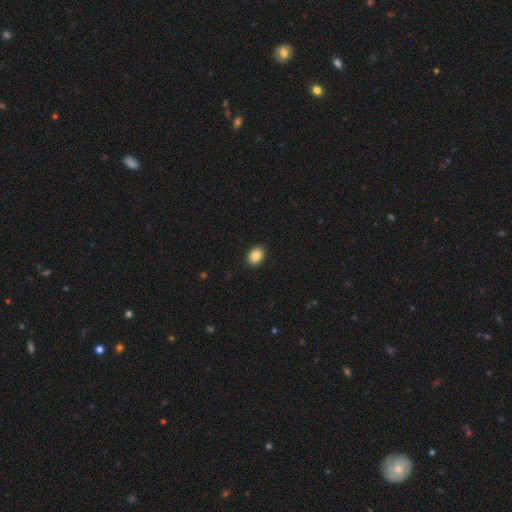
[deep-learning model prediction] Q: Smooth or featured?
A: smooth (87%); runner-up: star or artifact (8%)
Q: How rounded?
A: in between (69%); runner-up: round (30%)
Q: Merging?
A: none (90%); runner-up: minor disturbance (7%)